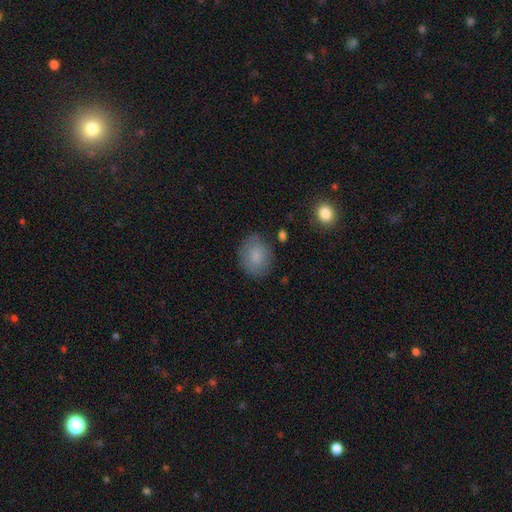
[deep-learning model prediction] smooth-or-featured: smooth: 82% | featured or disk: 10% | star or artifact: 8%
  how-rounded: in between: 57% | round: 42% | cigar-shaped: 1%
  merging: none: 79% | minor disturbance: 15% | major disturbance: 4% | merger: 2%